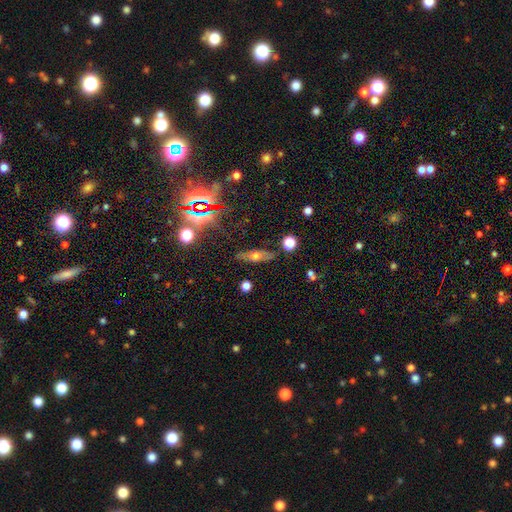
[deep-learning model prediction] Overall: smooth (46%; featured or disk 40%). Merging: none (82%).